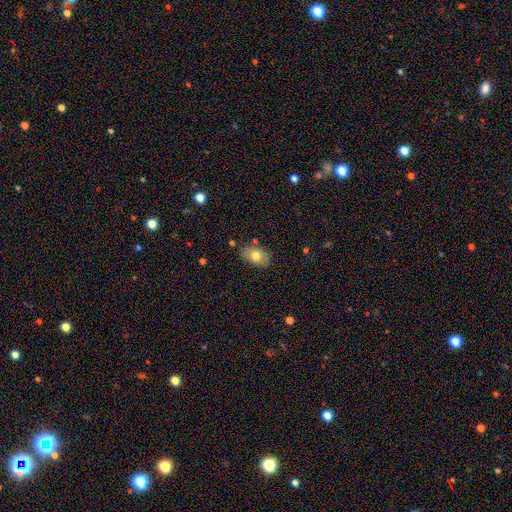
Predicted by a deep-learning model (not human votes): smooth_or_featured: smooth (p=0.73) [alt: featured or disk p=0.19]
how_rounded: in between (p=0.88) [alt: round p=0.11]
merging: none (p=0.80) [alt: minor disturbance p=0.15]